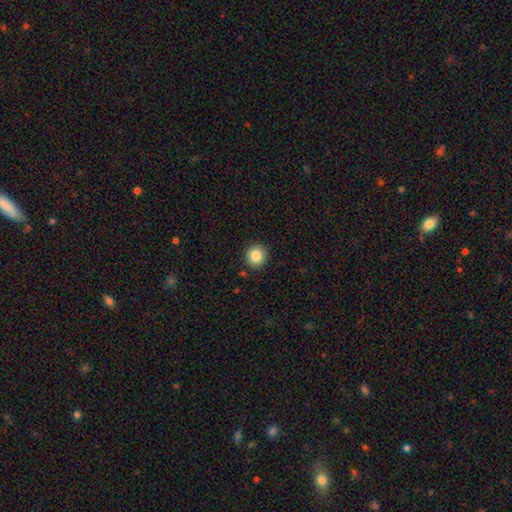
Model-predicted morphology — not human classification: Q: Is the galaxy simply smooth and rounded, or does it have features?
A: smooth — 86%.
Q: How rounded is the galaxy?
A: round — 92%.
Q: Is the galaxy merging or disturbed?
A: none — 91%.